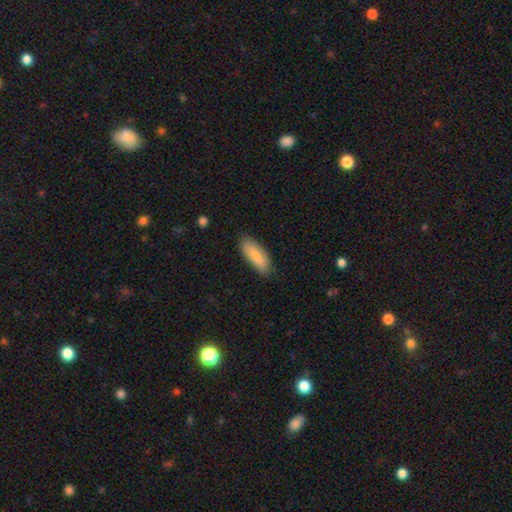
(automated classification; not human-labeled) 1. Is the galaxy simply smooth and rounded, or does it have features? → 81% smooth, 13% featured or disk, 6% star or artifact.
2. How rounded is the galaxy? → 77% in between, 21% cigar-shaped, 2% round.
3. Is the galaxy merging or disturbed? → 81% none, 15% minor disturbance, 3% major disturbance, 1% merger.